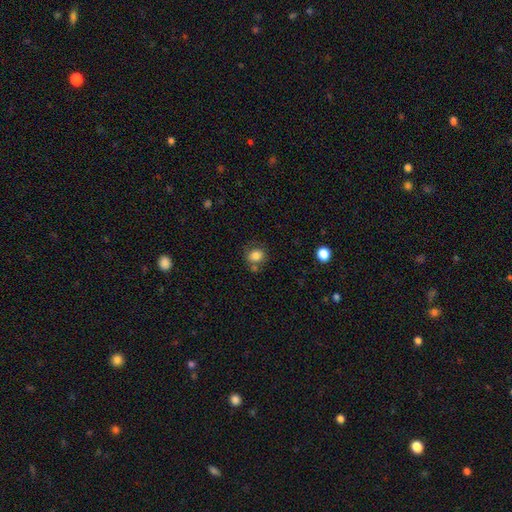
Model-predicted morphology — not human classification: type=smooth (82%); roundness=round (65%); merging=none (61%).